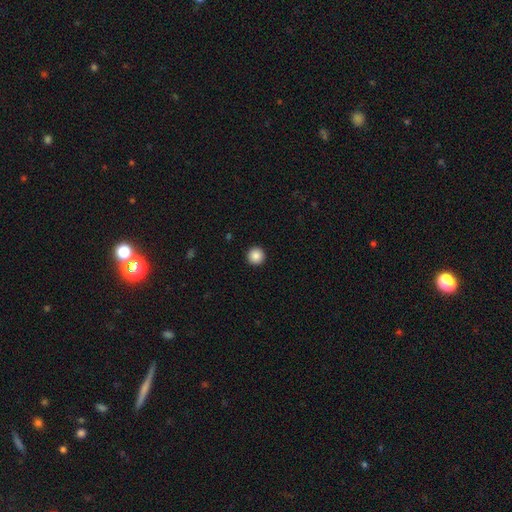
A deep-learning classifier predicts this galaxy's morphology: smooth_or_featured: smooth (p=0.88) [alt: star or artifact p=0.09]
how_rounded: round (p=0.97) [alt: in between p=0.02]
merging: none (p=0.94) [alt: minor disturbance p=0.04]